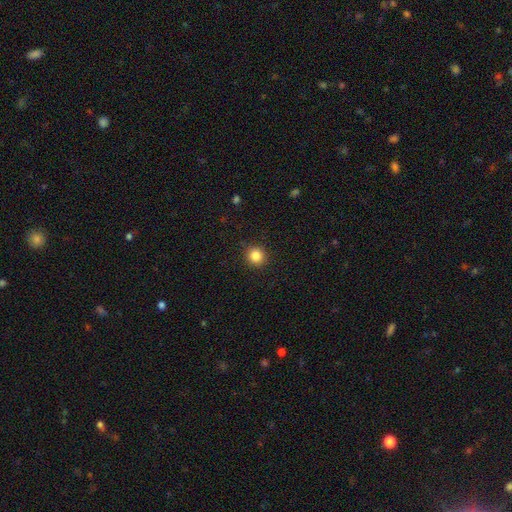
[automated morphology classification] This is clearly a smooth galaxy (84%). How rounded: clearly round (92%). Merging: clearly none (91%).